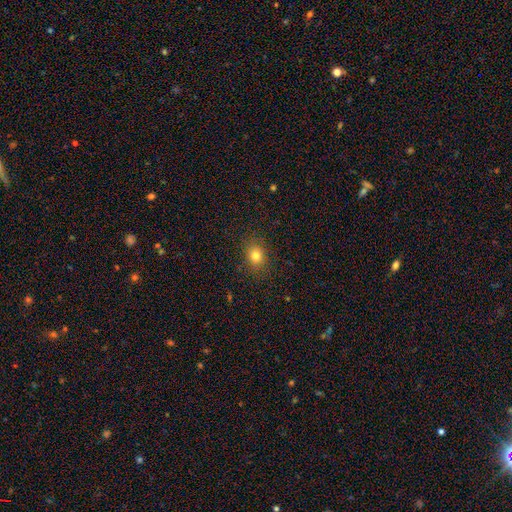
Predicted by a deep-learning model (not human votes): A smooth galaxy with no disk features (79%) that is round (60%). Merging: none (87%).